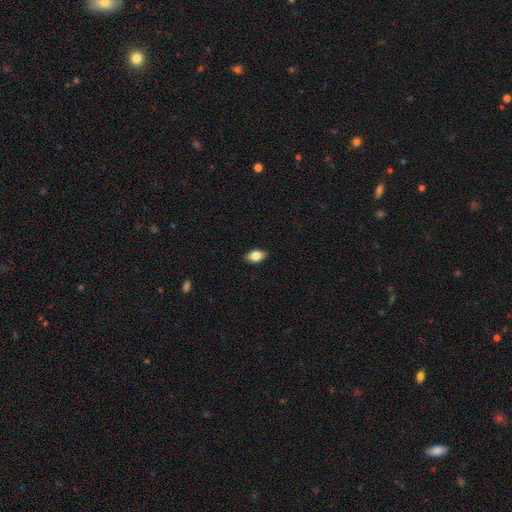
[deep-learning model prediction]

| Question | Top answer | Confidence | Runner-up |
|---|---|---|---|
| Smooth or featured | smooth | 79% | featured or disk (13%) |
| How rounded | in between | 86% | round (10%) |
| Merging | none | 87% | minor disturbance (10%) |